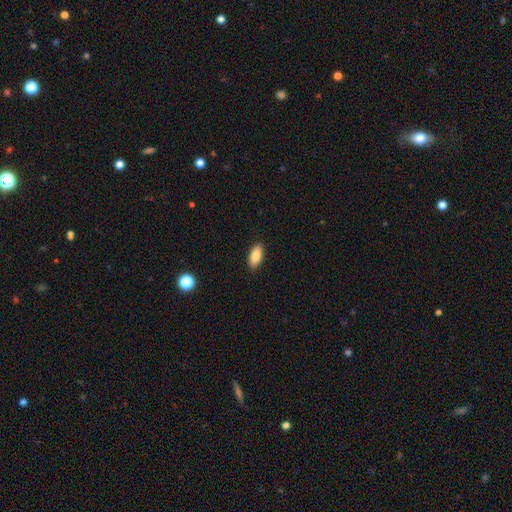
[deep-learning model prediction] Smooth or featured?
  - smooth: 85% *
  - featured or disk: 8%
  - star or artifact: 7%
How rounded?
  - in between: 87% *
  - cigar-shaped: 11%
  - round: 2%
Merging?
  - none: 90% *
  - minor disturbance: 8%
  - major disturbance: 2%
  - merger: 1%